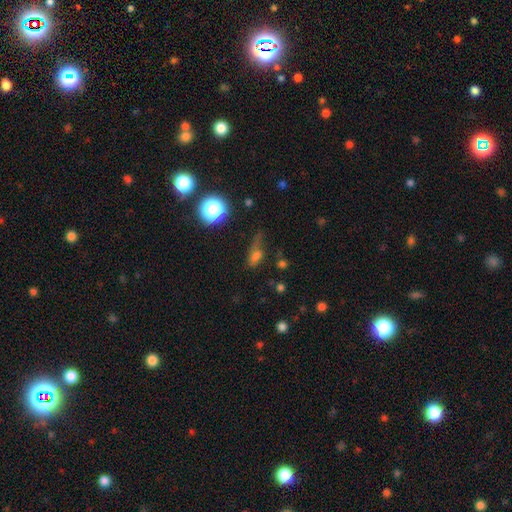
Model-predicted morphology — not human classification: smooth 61%, star or artifact 23%, featured or disk 15%. Down the decision tree: how rounded — in between (59%); merging — none (39%).